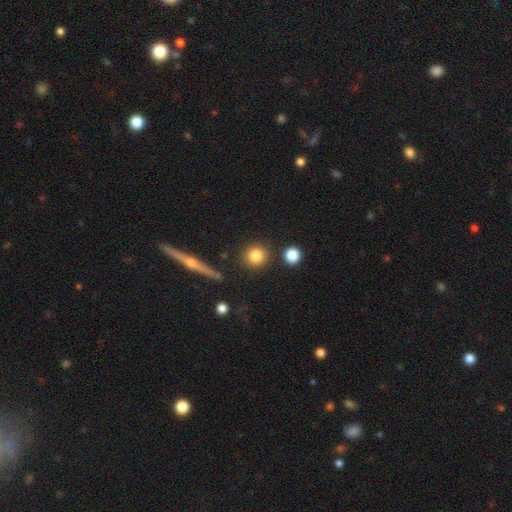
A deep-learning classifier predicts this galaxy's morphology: This is clearly a smooth galaxy (82%). How rounded: clearly round (92%). Merging: clearly none (87%).